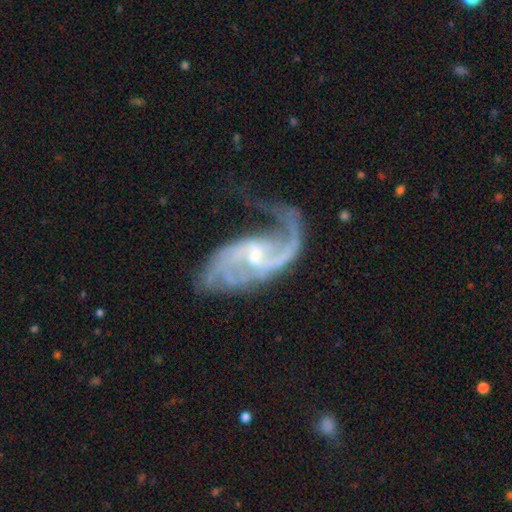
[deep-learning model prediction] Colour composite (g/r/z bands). It shows a featured or disk galaxy (90%) with a weak bar (50%), 2 (56%) loose (47%) spiral arms (97%) and a small central bulge (61%). Merging: none (43%).